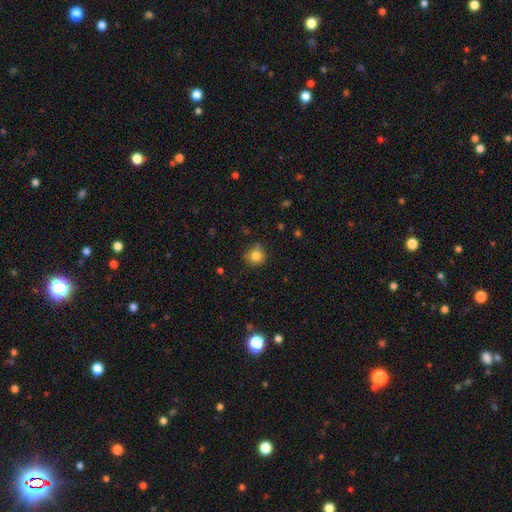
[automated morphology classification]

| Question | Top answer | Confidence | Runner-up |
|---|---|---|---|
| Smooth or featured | smooth | 83% | star or artifact (11%) |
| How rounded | round | 88% | in between (11%) |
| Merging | none | 75% | minor disturbance (19%) |